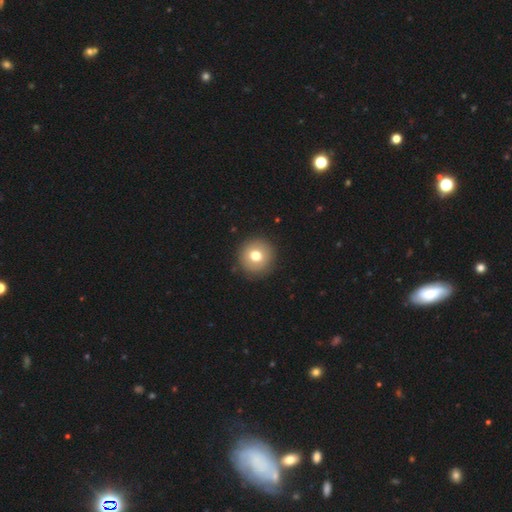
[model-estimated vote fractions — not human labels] smooth-or-featured: smooth: 73% | featured or disk: 17% | star or artifact: 10%
  how-rounded: round: 95% | in between: 4% | cigar-shaped: 1%
  merging: none: 91% | minor disturbance: 5% | major disturbance: 2% | merger: 1%